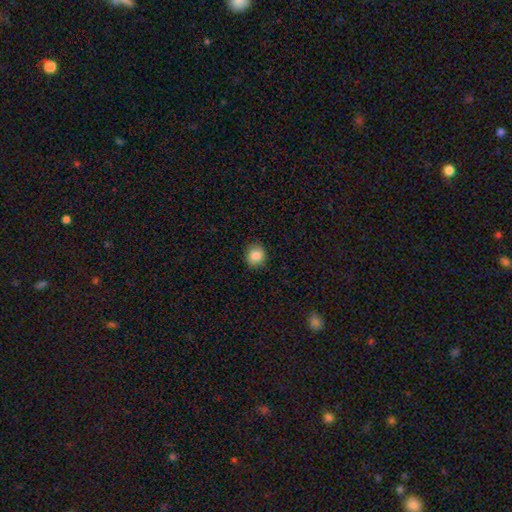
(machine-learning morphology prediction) Smooth or featured?
  - smooth: 86% *
  - star or artifact: 9%
  - featured or disk: 4%
How rounded?
  - round: 85% *
  - in between: 14%
  - cigar-shaped: 1%
Merging?
  - none: 89% *
  - minor disturbance: 8%
  - major disturbance: 2%
  - merger: 1%